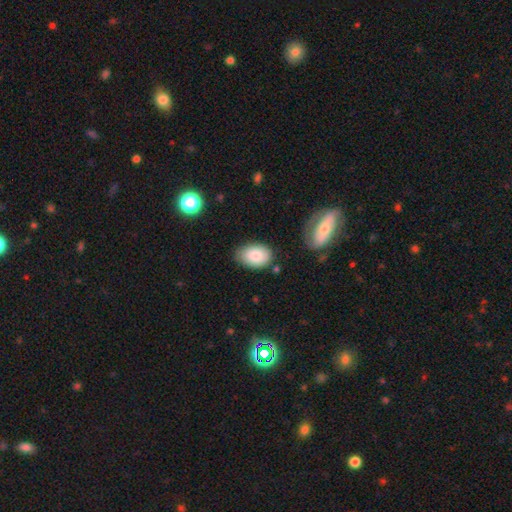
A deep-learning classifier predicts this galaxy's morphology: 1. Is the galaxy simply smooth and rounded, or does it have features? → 84% smooth, 9% featured or disk, 7% star or artifact.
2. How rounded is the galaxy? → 86% in between, 13% round, 1% cigar-shaped.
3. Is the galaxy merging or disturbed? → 71% none, 21% minor disturbance, 5% major disturbance, 4% merger.